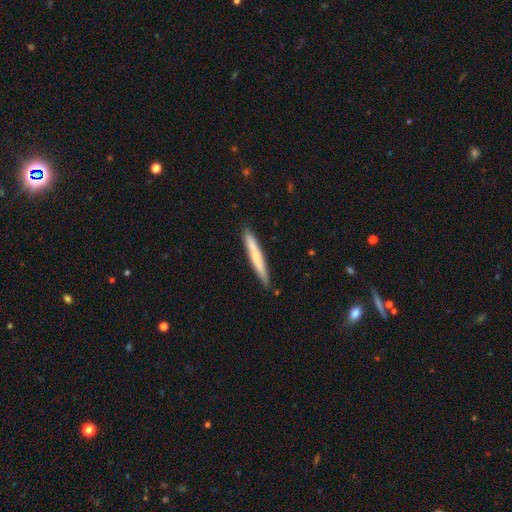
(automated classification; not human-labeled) A smooth galaxy with no disk features (62%) that is cigar-shaped (96%). Merging: none (87%).